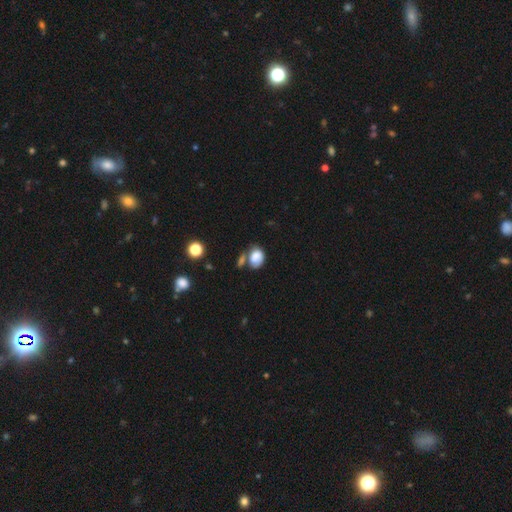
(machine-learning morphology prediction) Smooth or featured? smooth (77%)
How rounded? in between (68%)
Merging? none (37%)